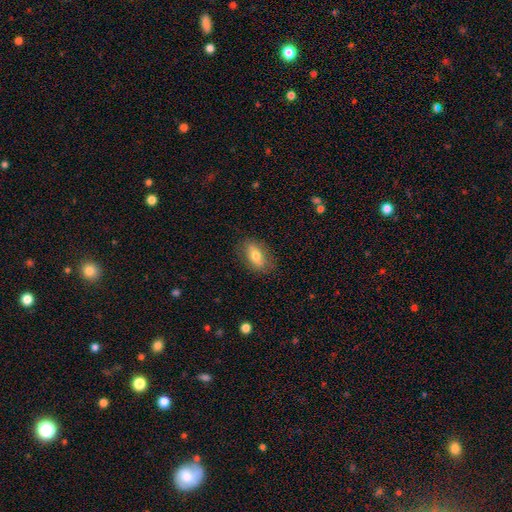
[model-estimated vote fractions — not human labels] Morphology: type=smooth (71%); roundness=in between (86%); merging=none (83%).